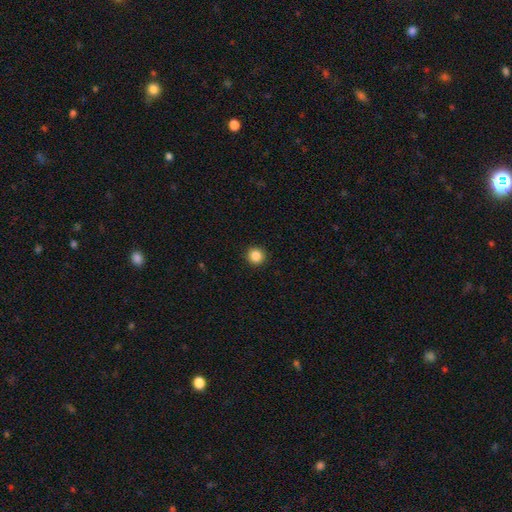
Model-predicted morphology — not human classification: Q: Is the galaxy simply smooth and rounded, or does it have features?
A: smooth — 86%.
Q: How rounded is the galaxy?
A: round — 94%.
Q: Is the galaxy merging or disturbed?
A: none — 92%.